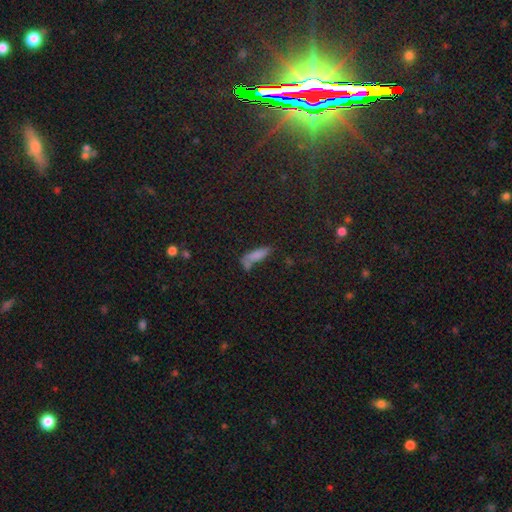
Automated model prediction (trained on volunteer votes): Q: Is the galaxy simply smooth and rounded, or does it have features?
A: smooth — 72%.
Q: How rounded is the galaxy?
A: cigar-shaped — 49%.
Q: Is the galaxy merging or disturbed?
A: none — 45%.